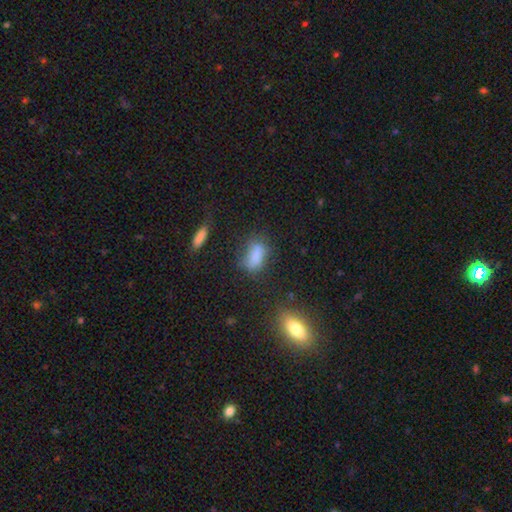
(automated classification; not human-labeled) Smooth or featured? Predicted: smooth (p=0.77). How rounded? Predicted: in between (p=0.81). Merging? Predicted: none (p=0.52).